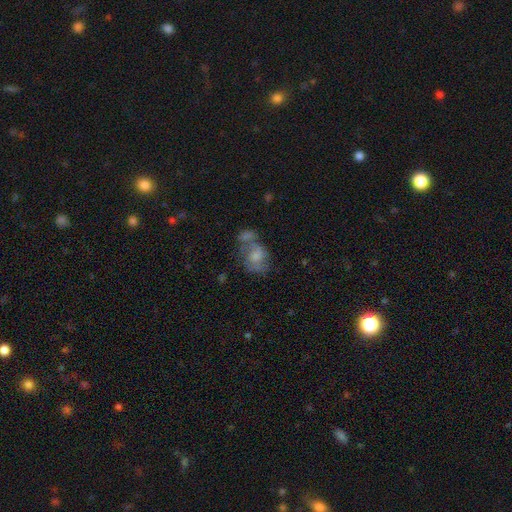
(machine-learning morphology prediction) The model was most divided on "smooth or featured": featured or disk: 47%, smooth: 42%, star or artifact: 10%. Remaining: merging — merger (37%).